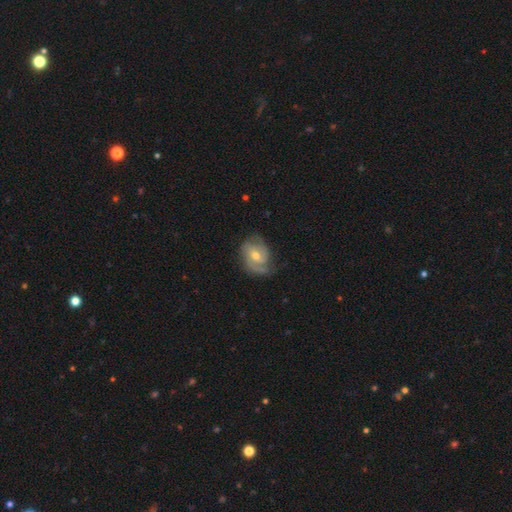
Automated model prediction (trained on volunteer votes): Smooth or featured?
  - featured or disk: 79% *
  - smooth: 15%
  - star or artifact: 5%
Edge-on disk?
  - no: 97% *
  - yes: 3%
Bar?
  - no: 48% *
  - weak: 43%
  - strong: 9%
Spiral arms?
  - yes: 93% *
  - no: 7%
Spiral winding?
  - medium: 42% *
  - tight: 41%
  - loose: 17%
Spiral arm count?
  - 2: 59% *
  - 1: 15%
  - can't tell: 13%
  - 3: 9%
  - 4: 2%
  - more than 4: 2%
Bulge size?
  - moderate: 58% *
  - small: 38%
  - large: 2%
  - none: 1%
  - dominant: 1%
Merging?
  - none: 65% *
  - minor disturbance: 23%
  - major disturbance: 11%
  - merger: 1%